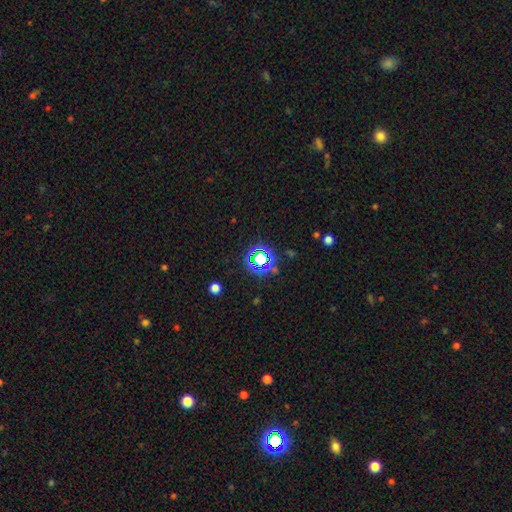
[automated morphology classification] Smooth or featured? star or artifact (67%)